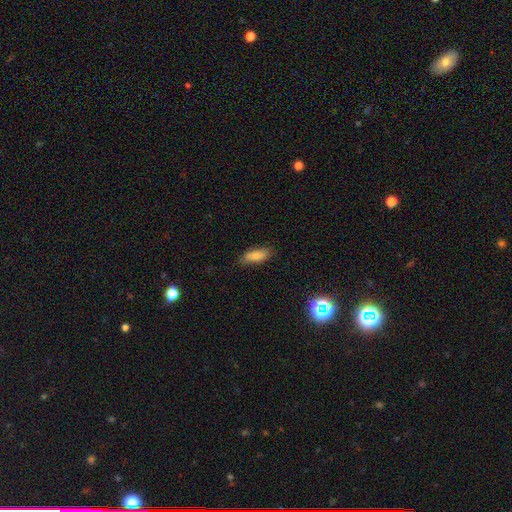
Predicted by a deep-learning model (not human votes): A smooth galaxy with no disk features (80%) that is in between round and cigar-shaped (71%).

Vote fractions:
- Smooth or featured? smooth: 80% / featured or disk: 12% / star or artifact: 8%
- How rounded? in between: 71% / cigar-shaped: 26% / round: 2%
- Merging? none: 80% / minor disturbance: 16% / major disturbance: 3% / merger: 1%